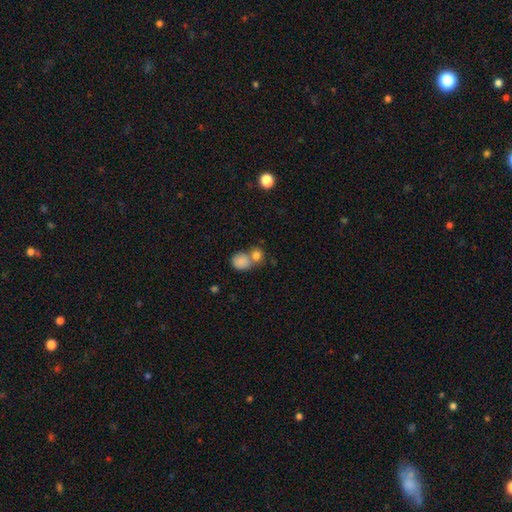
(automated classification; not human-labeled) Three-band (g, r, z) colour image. It shows a smooth galaxy with no disk features (77%) that is round (77%). Merging: none (46%).